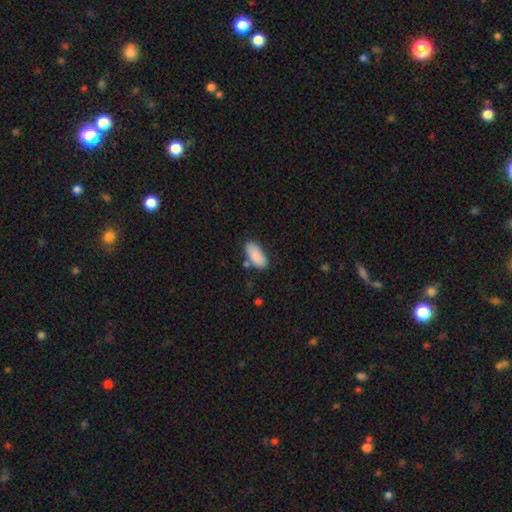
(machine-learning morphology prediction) A smooth galaxy with no disk features (88%) that is in between round and cigar-shaped (88%).

Vote fractions:
- Smooth or featured? smooth: 88% / featured or disk: 6% / star or artifact: 6%
- How rounded? in between: 88% / cigar-shaped: 10% / round: 2%
- Merging? none: 71% / minor disturbance: 18% / merger: 8% / major disturbance: 4%